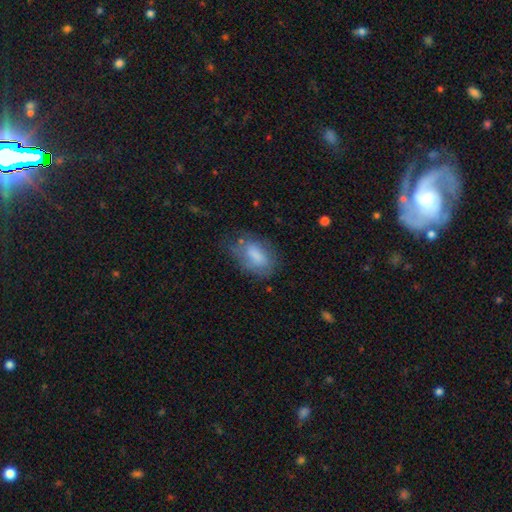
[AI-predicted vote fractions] Smooth or featured? Predicted: smooth (p=0.71). How rounded? Predicted: in between (p=0.91). Merging? Predicted: none (p=0.51).